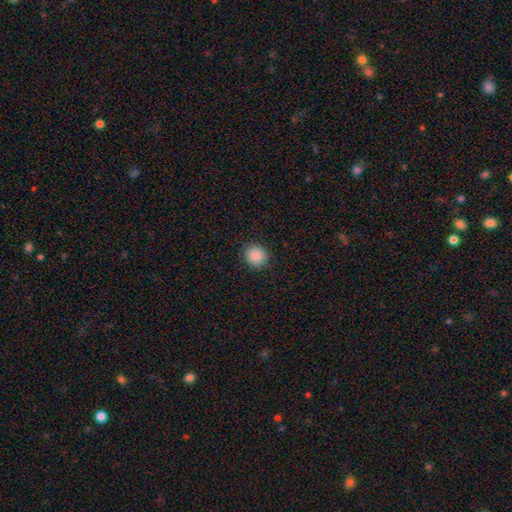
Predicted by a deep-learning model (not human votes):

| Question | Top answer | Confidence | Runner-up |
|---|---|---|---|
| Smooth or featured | smooth | 89% | star or artifact (8%) |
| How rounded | round | 85% | in between (14%) |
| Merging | none | 90% | minor disturbance (7%) |